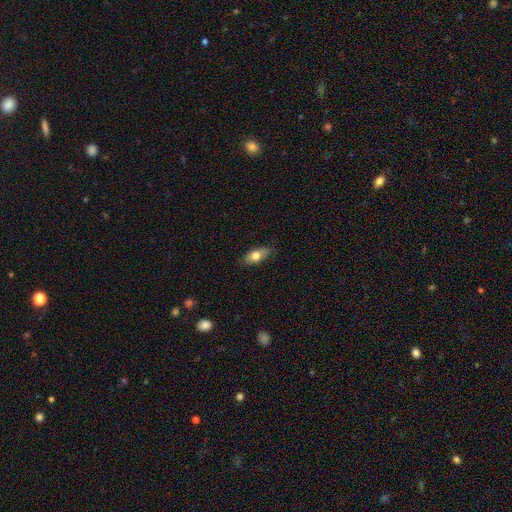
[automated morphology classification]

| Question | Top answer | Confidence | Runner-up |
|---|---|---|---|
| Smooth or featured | smooth | 73% | featured or disk (20%) |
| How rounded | in between | 83% | cigar-shaped (12%) |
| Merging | none | 80% | minor disturbance (16%) |